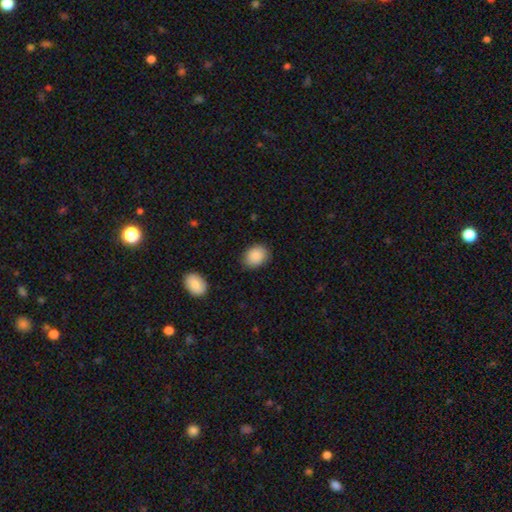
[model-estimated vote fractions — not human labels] Smooth or featured: smooth — 89% (star or artifact — 7%)
How rounded: in between — 66% (round — 33%)
Merging: none — 84% (minor disturbance — 11%)